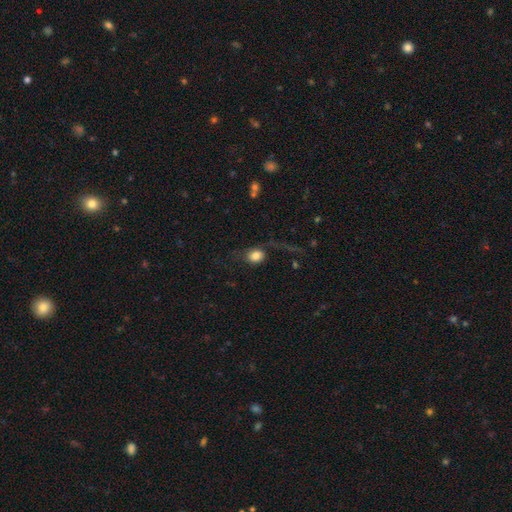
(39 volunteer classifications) Smooth or featured?
  - smooth: 74% *
  - featured or disk: 15%
  - star or artifact: 10%
How rounded?
  - in between: 59% *
  - round: 41%
  - cigar-shaped: 0%
Merging?
  - none: 46% *
  - major disturbance: 31%
  - minor disturbance: 17%
  - merger: 6%